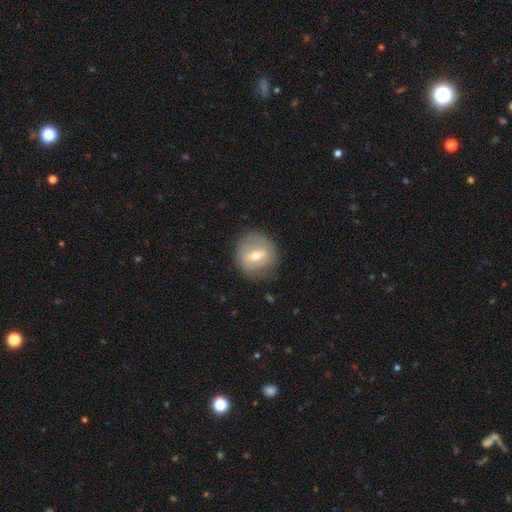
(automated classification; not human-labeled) Smooth or featured? Predicted: featured or disk (p=0.56). Edge-on disk? Predicted: no (p=0.95). Bar? Predicted: weak (p=0.50). Spiral arms? Predicted: no (p=0.50, tied with yes). Bulge size? Predicted: moderate (p=0.71). Merging? Predicted: none (p=0.80).